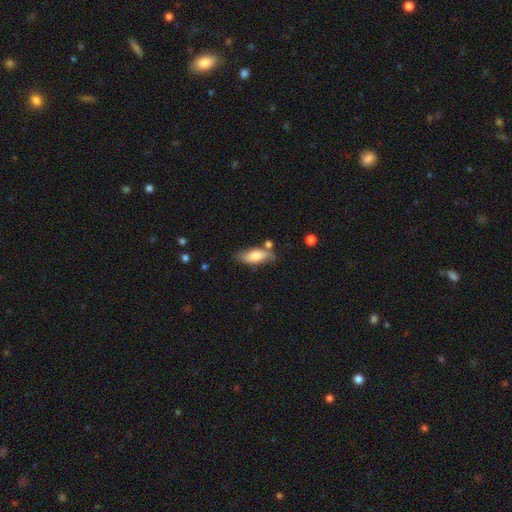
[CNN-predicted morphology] smooth-or-featured: smooth: 77% | featured or disk: 16% | star or artifact: 7%
  how-rounded: in between: 76% | cigar-shaped: 22% | round: 3%
  merging: none: 66% | minor disturbance: 20% | merger: 10% | major disturbance: 5%